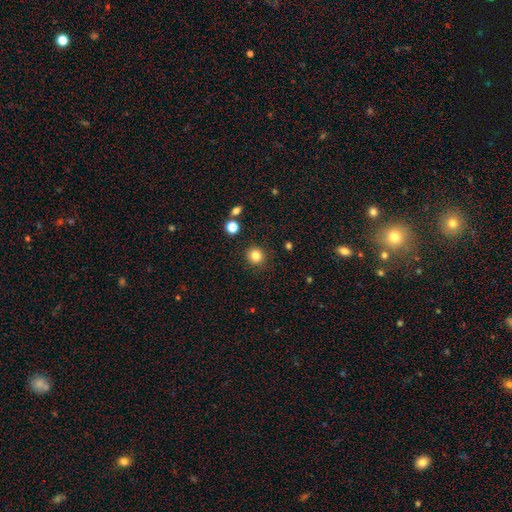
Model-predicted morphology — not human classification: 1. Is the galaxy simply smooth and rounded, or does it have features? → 83% smooth, 12% star or artifact, 6% featured or disk.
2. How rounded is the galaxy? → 91% round, 8% in between, 1% cigar-shaped.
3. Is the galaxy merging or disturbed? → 90% none, 6% minor disturbance, 2% major disturbance, 2% merger.